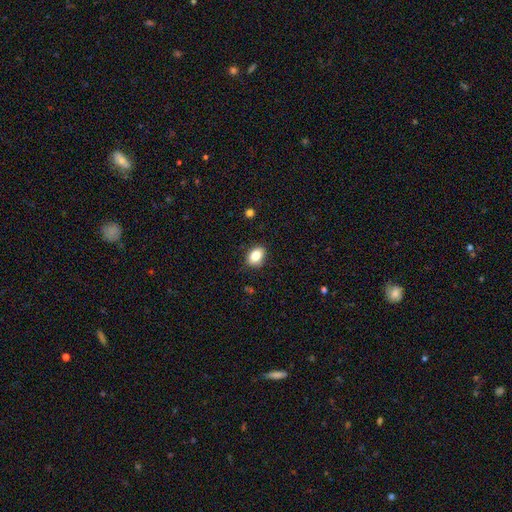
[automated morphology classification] Smooth or featured? Predicted: smooth (p=0.83). How rounded? Predicted: in between (p=0.78). Merging? Predicted: none (p=0.85).